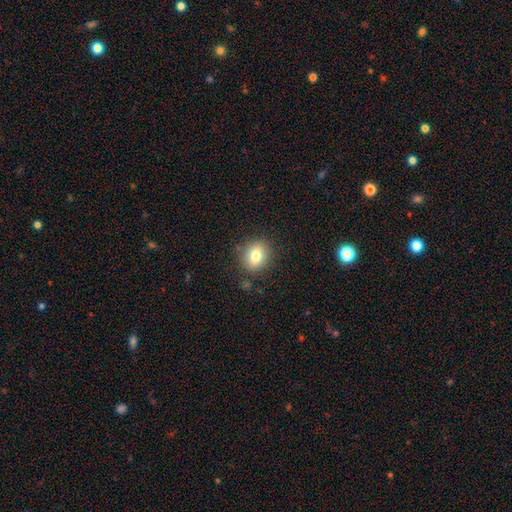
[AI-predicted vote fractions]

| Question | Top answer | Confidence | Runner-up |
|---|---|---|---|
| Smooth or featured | smooth | 78% | featured or disk (11%) |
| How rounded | round | 60% | in between (39%) |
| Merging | none | 85% | minor disturbance (10%) |